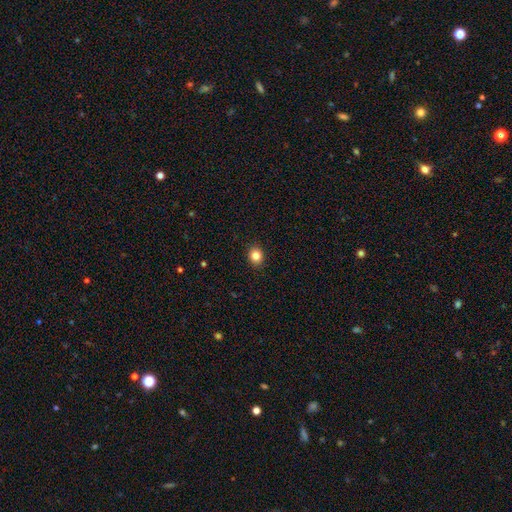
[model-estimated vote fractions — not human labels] Smooth or featured?
  - smooth: 83% *
  - star or artifact: 11%
  - featured or disk: 6%
How rounded?
  - round: 70% *
  - in between: 29%
  - cigar-shaped: 1%
Merging?
  - none: 91% *
  - minor disturbance: 7%
  - major disturbance: 2%
  - merger: 1%